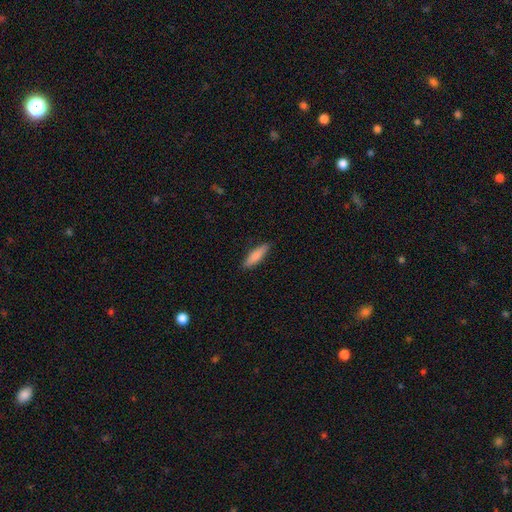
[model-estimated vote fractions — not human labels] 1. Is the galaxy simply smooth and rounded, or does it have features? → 82% smooth, 12% featured or disk, 6% star or artifact.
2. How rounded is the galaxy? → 69% cigar-shaped, 30% in between, 2% round.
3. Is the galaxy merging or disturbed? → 87% none, 10% minor disturbance, 2% major disturbance, 1% merger.